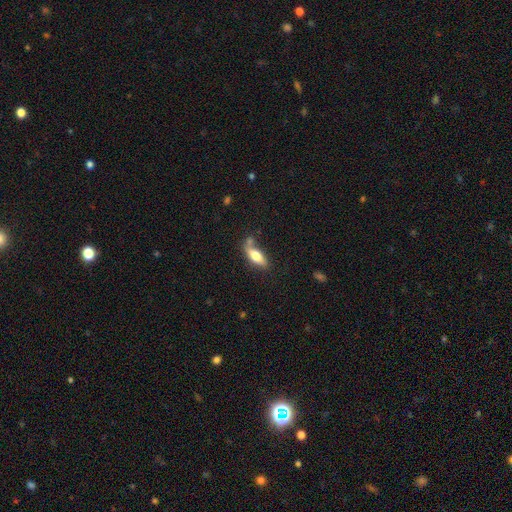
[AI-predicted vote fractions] smooth_or_featured: smooth (p=0.68) [alt: featured or disk p=0.26]
how_rounded: in between (p=0.64) [alt: cigar-shaped p=0.34]
merging: none (p=0.56) [alt: minor disturbance p=0.21]